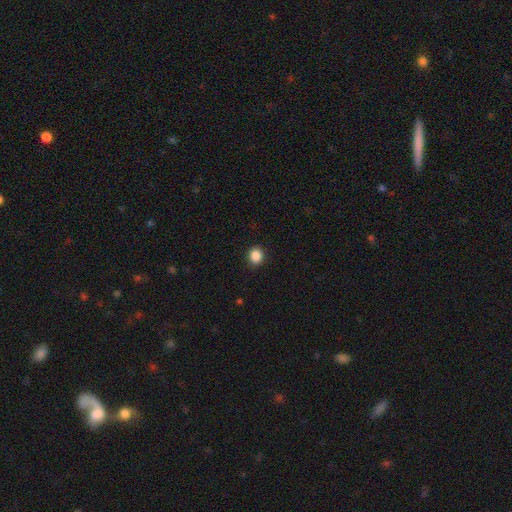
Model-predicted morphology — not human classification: Smooth or featured: smooth — 87% (star or artifact — 10%)
How rounded: round — 80% (in between — 19%)
Merging: none — 91% (minor disturbance — 6%)